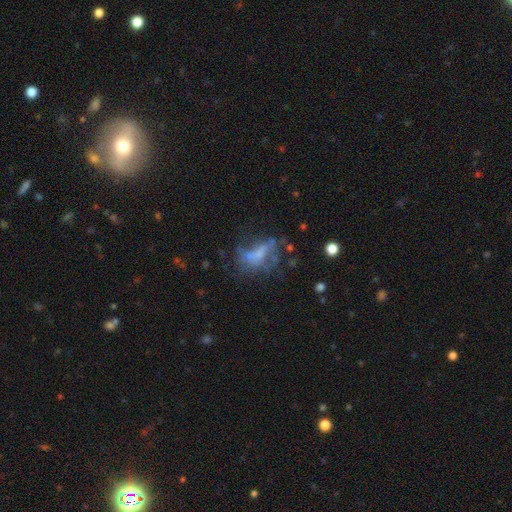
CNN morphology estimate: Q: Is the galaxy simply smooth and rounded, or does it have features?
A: featured or disk — 49%.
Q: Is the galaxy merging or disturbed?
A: none — 40%.